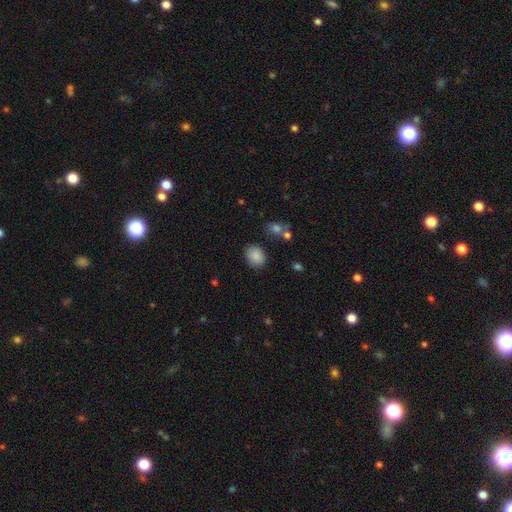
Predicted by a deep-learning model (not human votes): This appears to be a smooth galaxy with no disk features (86%) that is round (51%). Merging: none (83%).